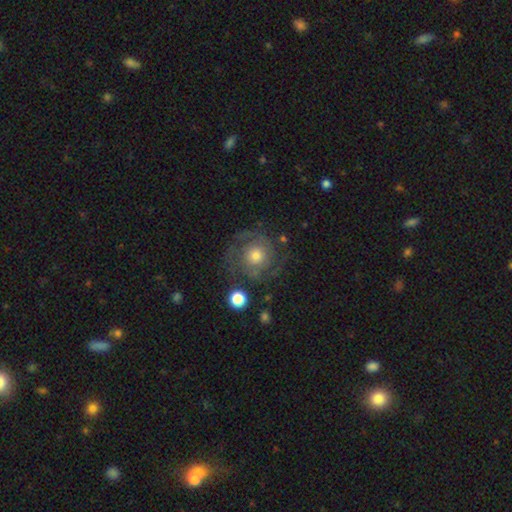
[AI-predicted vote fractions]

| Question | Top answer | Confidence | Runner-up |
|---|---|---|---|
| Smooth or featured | featured or disk | 68% | smooth (24%) |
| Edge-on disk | no | 98% | yes (2%) |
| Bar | no | 83% | weak (14%) |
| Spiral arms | yes | 85% | no (15%) |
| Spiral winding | tight | 53% | medium (34%) |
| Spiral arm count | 2 | 48% | can't tell (27%) |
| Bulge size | moderate | 61% | small (21%) |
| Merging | none | 67% | minor disturbance (16%) |